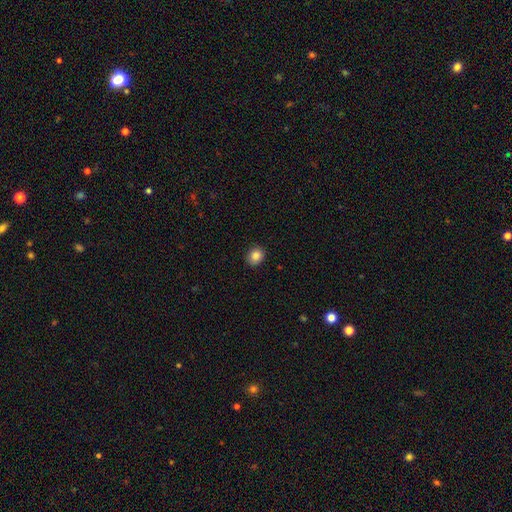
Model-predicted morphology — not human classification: type=smooth (86%); roundness=round (71%); merging=none (89%).